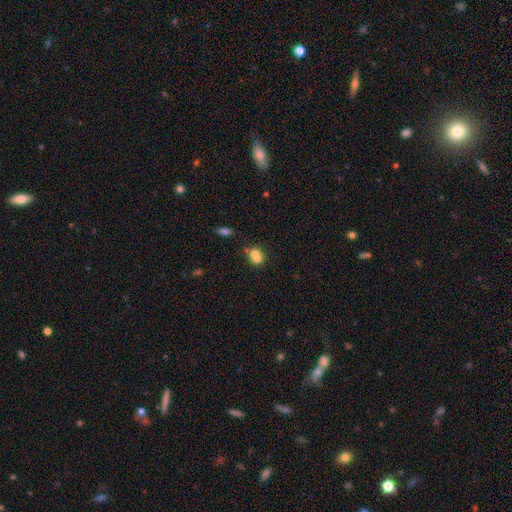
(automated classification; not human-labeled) Morphology: type=smooth (70%); roundness=round (59%); merging=merger (55%).